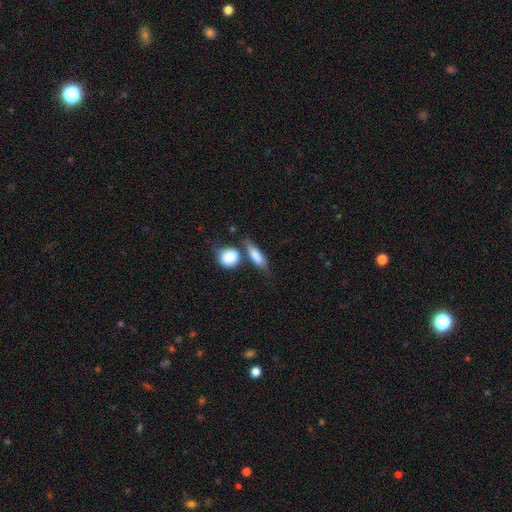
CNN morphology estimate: smooth 75%, featured or disk 18%, star or artifact 7%. Down the decision tree: how rounded — in between (58%); merging — none (46%).